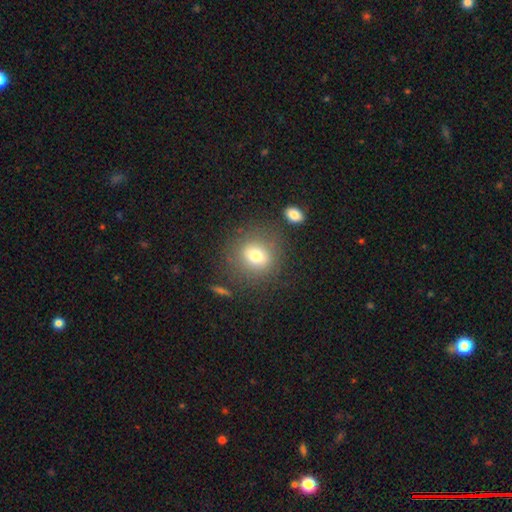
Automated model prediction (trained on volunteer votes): Smooth or featured: smooth — 74% (featured or disk — 14%)
How rounded: round — 81% (in between — 18%)
Merging: none — 79% (minor disturbance — 11%)